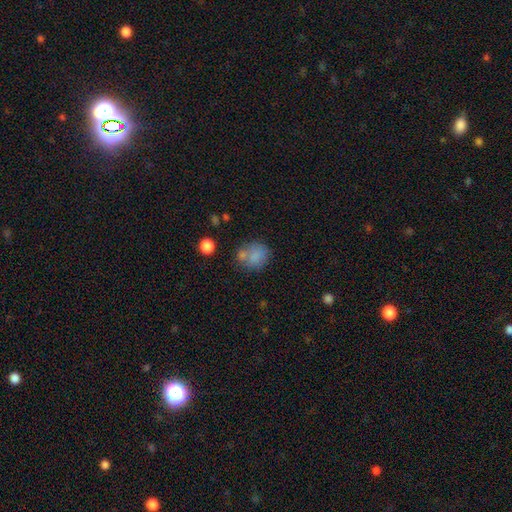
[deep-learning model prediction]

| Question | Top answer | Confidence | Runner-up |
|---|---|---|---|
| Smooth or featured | smooth | 76% | featured or disk (13%) |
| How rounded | round | 72% | in between (27%) |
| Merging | none | 54% | merger (21%) |